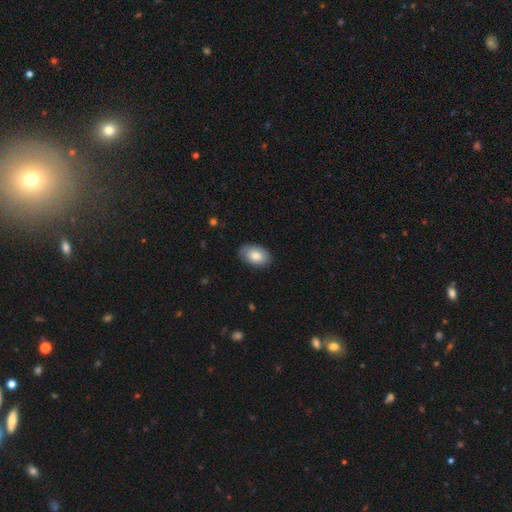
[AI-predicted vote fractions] smooth-or-featured: smooth: 82% | featured or disk: 12% | star or artifact: 6%
  how-rounded: in between: 90% | round: 9% | cigar-shaped: 1%
  merging: none: 86% | minor disturbance: 11% | major disturbance: 2% | merger: 1%